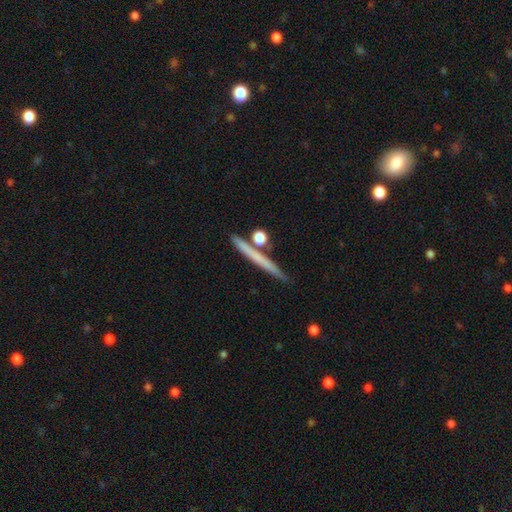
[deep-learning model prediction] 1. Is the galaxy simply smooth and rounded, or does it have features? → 52% smooth, 41% featured or disk, 7% star or artifact.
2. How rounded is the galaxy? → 92% cigar-shaped, 4% round, 3% in between.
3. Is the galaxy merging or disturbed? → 81% none, 9% minor disturbance, 7% merger, 3% major disturbance.